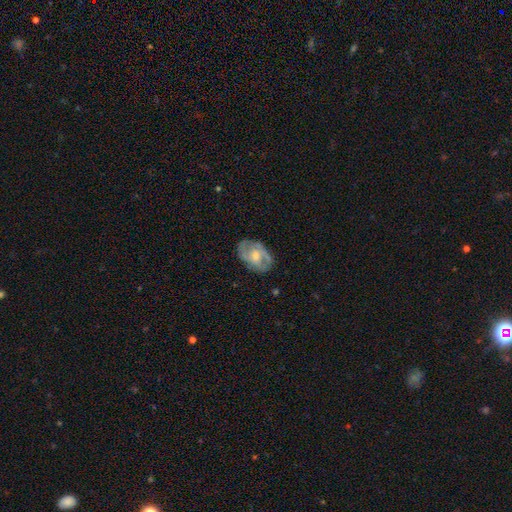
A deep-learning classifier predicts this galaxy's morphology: Q: Smooth or featured?
A: featured or disk (63%); runner-up: smooth (31%)
Q: Edge-on disk?
A: no (95%); runner-up: yes (5%)
Q: Bar?
A: no (60%); runner-up: weak (33%)
Q: Spiral arms?
A: yes (73%); runner-up: no (27%)
Q: Bulge size?
A: moderate (47%); runner-up: small (46%)
Q: Merging?
A: none (71%); runner-up: minor disturbance (20%)